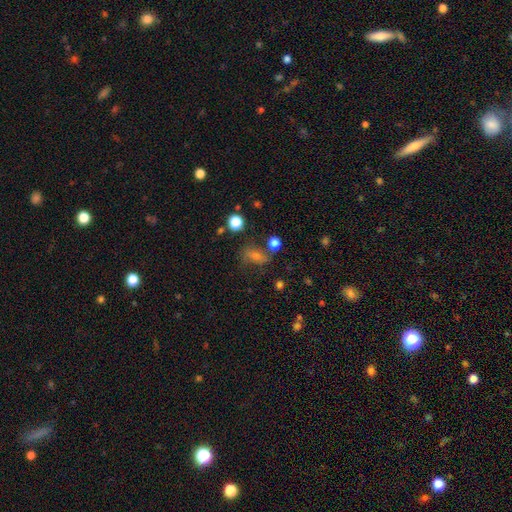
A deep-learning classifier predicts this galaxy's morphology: Smooth or featured? smooth (40%)
Merging? none (61%)